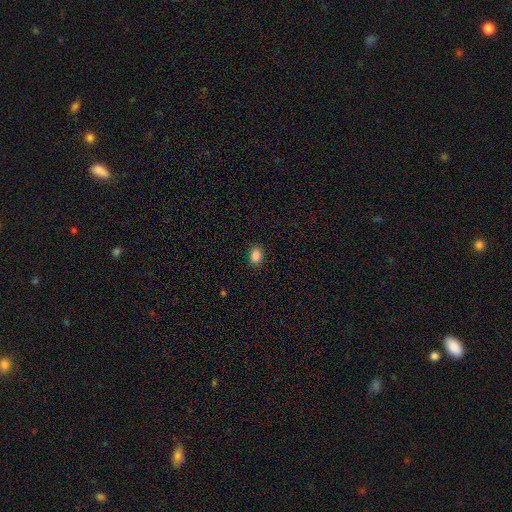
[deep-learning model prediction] Smooth or featured? smooth (86%)
How rounded? in between (66%)
Merging? none (89%)